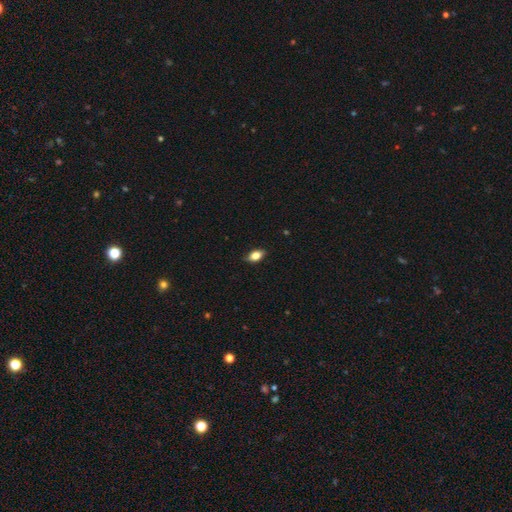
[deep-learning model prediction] Overall: smooth (79%). How rounded: in between (86%). Merging: none (85%).